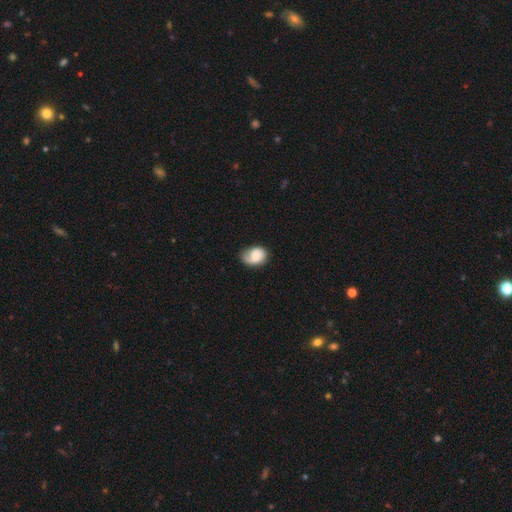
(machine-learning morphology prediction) Smooth or featured? Predicted: smooth (p=0.62). How rounded? Predicted: in between (p=0.68). Merging? Predicted: none (p=0.54).